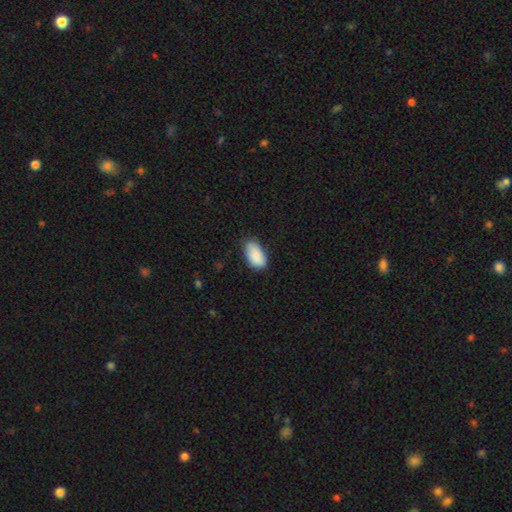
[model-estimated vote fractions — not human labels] Morphology: type=smooth (90%); roundness=in between (94%); merging=none (76%).